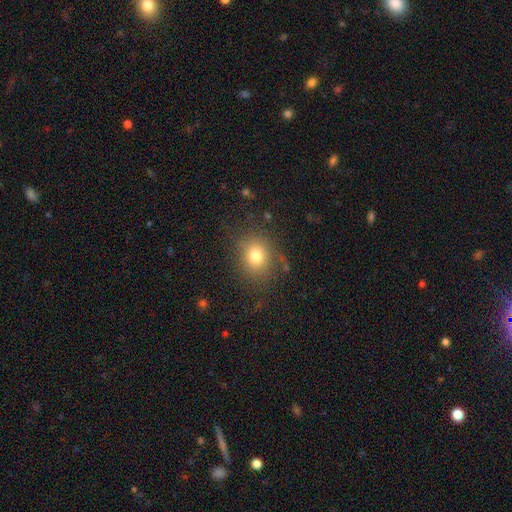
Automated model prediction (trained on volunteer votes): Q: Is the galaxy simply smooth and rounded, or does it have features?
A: smooth — 76%.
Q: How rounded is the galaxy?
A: round — 68%.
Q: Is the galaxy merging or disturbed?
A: none — 78%.